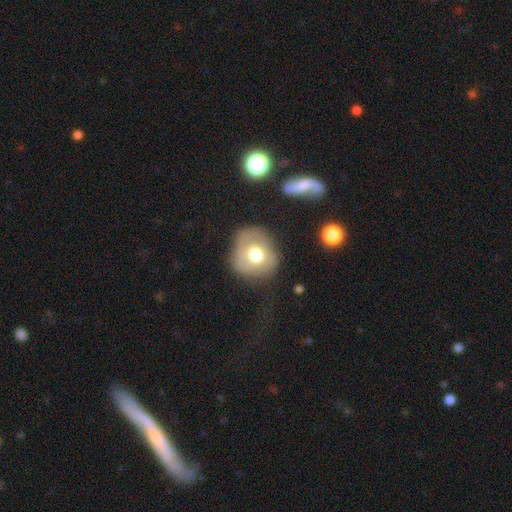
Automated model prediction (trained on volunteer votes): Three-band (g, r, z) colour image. It shows a smooth galaxy with no disk features (61%) that is round (73%). Merging: none (61%).